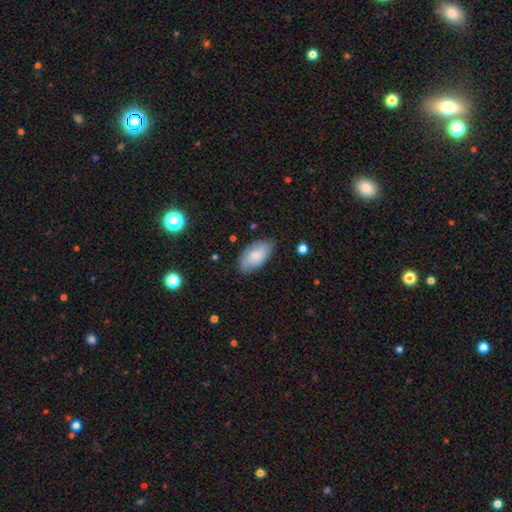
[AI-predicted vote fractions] Smooth or featured? smooth (71%)
How rounded? in between (94%)
Merging? none (74%)